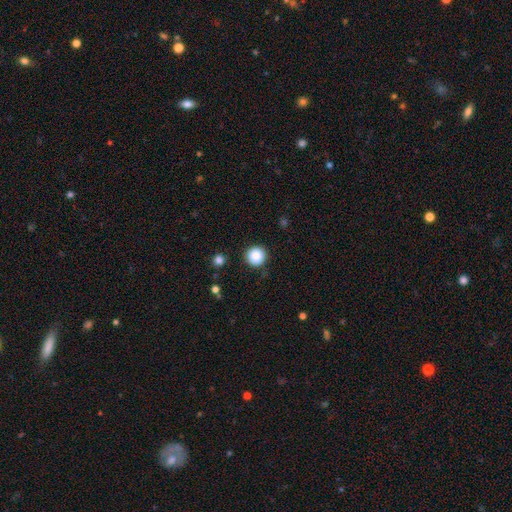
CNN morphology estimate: type=smooth (86%); roundness=round (96%); merging=none (90%).